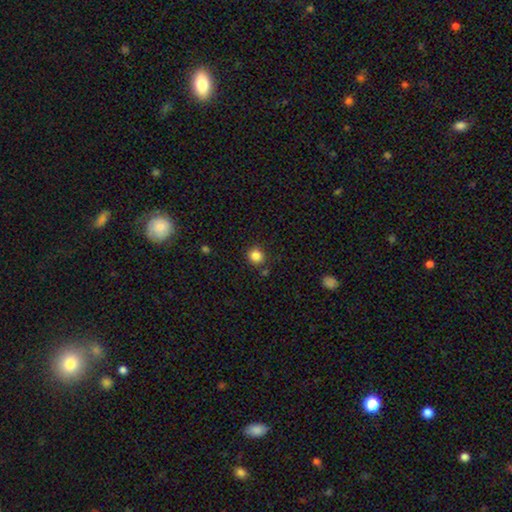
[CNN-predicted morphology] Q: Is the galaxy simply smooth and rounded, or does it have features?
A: smooth — 85%.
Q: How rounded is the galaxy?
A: round — 90%.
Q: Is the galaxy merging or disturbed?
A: none — 85%.